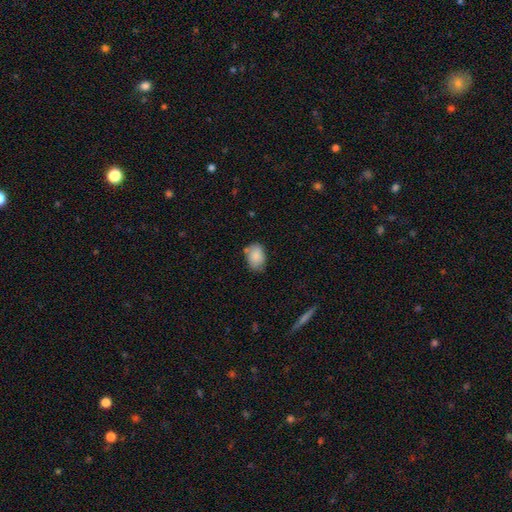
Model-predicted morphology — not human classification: type=smooth (85%); roundness=in between (77%); merging=none (62%).